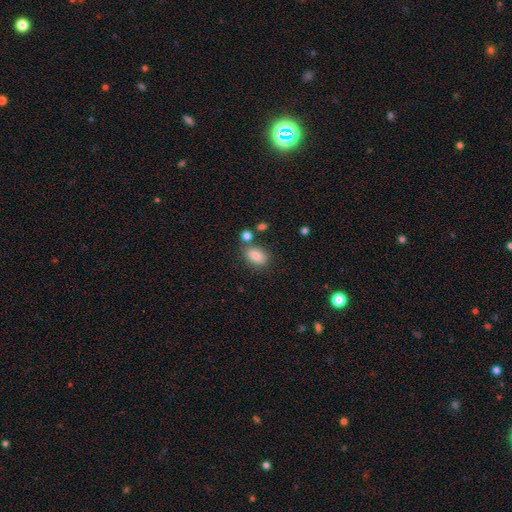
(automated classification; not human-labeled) smooth-or-featured: smooth: 83% | star or artifact: 9% | featured or disk: 8%
  how-rounded: in between: 85% | round: 13% | cigar-shaped: 2%
  merging: none: 70% | minor disturbance: 14% | merger: 12% | major disturbance: 4%